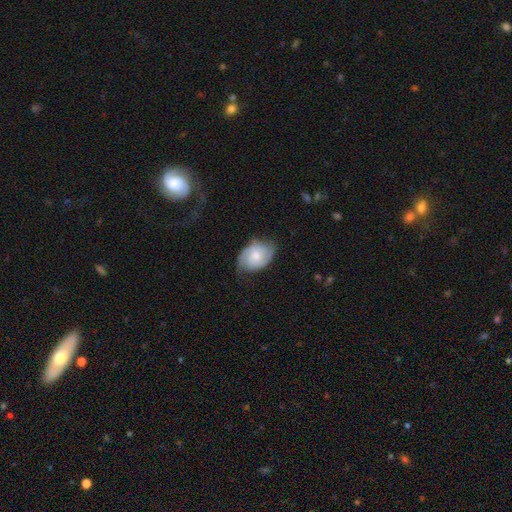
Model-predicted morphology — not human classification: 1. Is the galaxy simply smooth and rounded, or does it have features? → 73% featured or disk, 21% smooth, 6% star or artifact.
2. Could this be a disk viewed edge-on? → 97% no, 3% yes.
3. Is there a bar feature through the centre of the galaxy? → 63% no, 32% weak, 5% strong.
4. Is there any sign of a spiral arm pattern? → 95% yes, 5% no.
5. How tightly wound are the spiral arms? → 46% tight, 42% medium, 12% loose.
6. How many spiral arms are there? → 72% 2, 11% can't tell, 10% 3, 3% 1, 2% 4, 2% more than 4.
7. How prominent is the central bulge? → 47% moderate, 43% small, 5% none, 4% large, 1% dominant.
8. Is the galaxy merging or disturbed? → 70% none, 21% minor disturbance, 7% major disturbance, 1% merger.